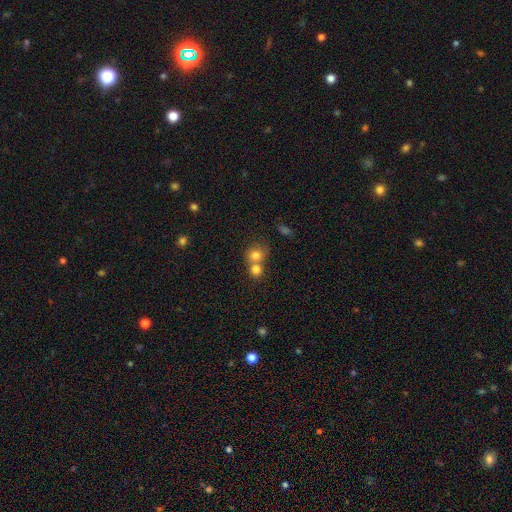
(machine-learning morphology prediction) smooth 78%, star or artifact 11%, featured or disk 11%. Down the decision tree: how rounded — round (79%); merging — merger (52%).